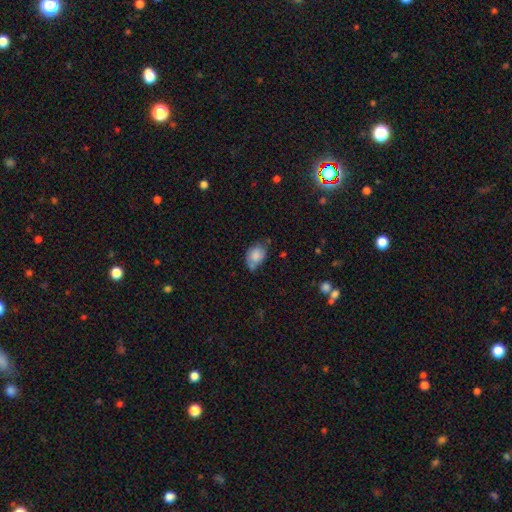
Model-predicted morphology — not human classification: Smooth or featured? Predicted: smooth (p=0.75). How rounded? Predicted: in between (p=0.83). Merging? Predicted: none (p=0.48).